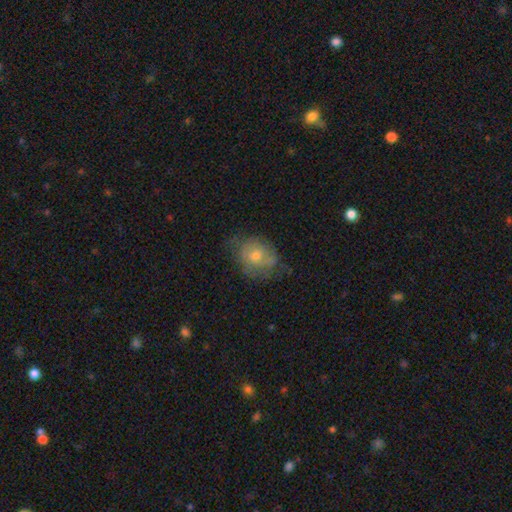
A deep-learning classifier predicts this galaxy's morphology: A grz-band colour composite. It shows a featured or disk galaxy (46%). Merging: none (54%).